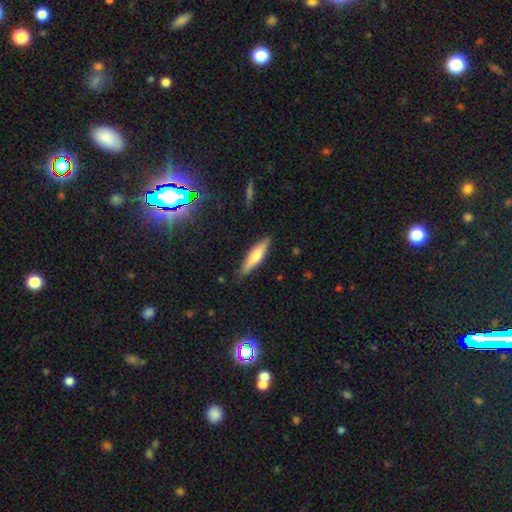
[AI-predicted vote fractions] The model was most divided on "smooth or featured": smooth: 62%, featured or disk: 31%, star or artifact: 6%. More confident: merging — none (86%); how rounded — cigar-shaped (71%).